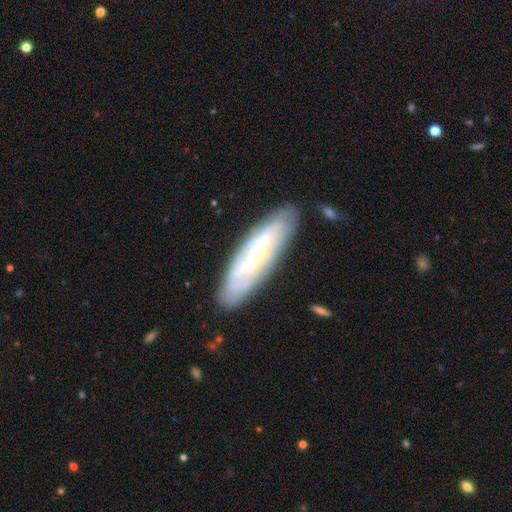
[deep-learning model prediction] smooth-or-featured: featured or disk: 69% | smooth: 25% | star or artifact: 6%
  disk-edge-on: no: 67% | yes: 33%
  merging: none: 81% | minor disturbance: 13% | major disturbance: 4% | merger: 2%